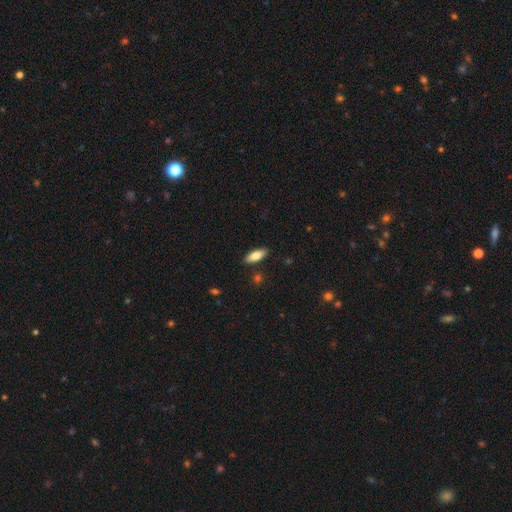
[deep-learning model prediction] A smooth galaxy with no disk features (78%) that is in between round and cigar-shaped (75%). Merging: none (88%).